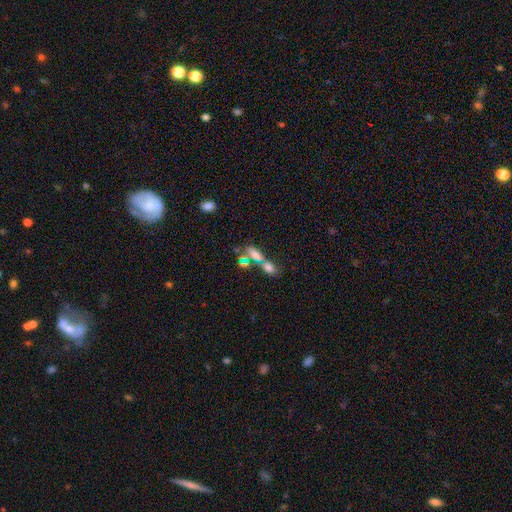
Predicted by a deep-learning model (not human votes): smooth 62%, featured or disk 23%, star or artifact 15%. Down the decision tree: how rounded — in between (71%); merging — merger (58%).